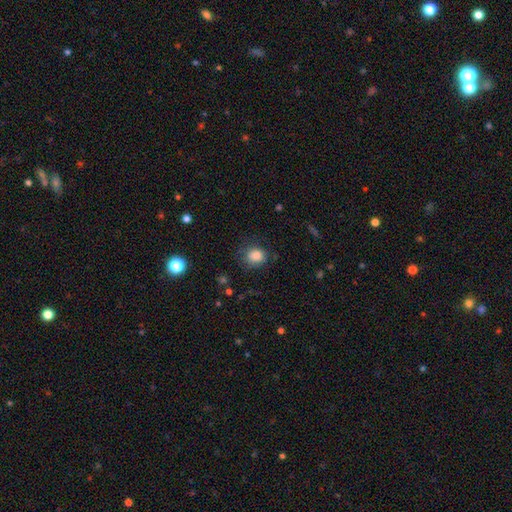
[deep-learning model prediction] Overall: smooth (85%). How rounded: round (65%; in between 34%). Merging: none (70%).